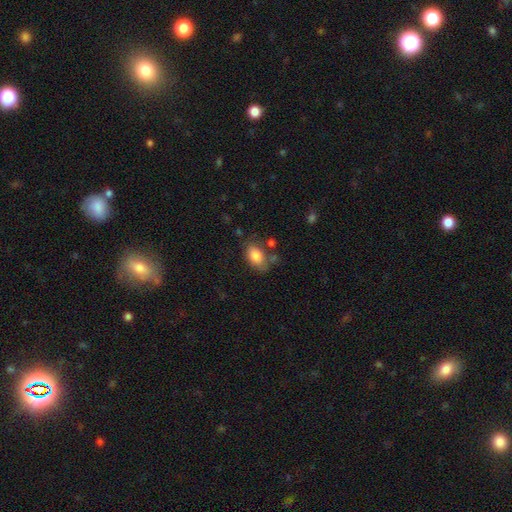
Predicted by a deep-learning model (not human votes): A smooth galaxy with no disk features (84%) that is in between round and cigar-shaped (88%). Merging: none (61%).